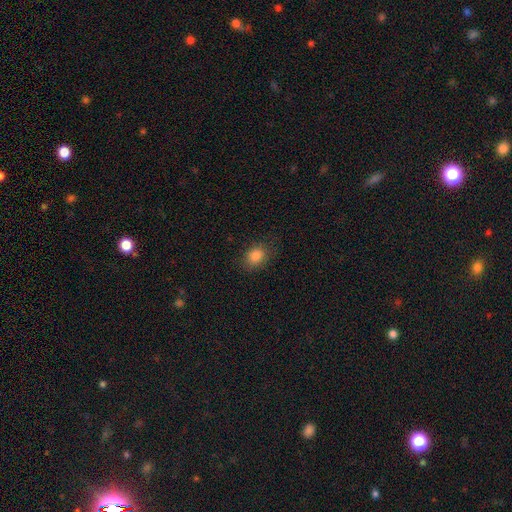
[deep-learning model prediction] Overall: smooth (85%). How rounded: in between (60%; round 38%). Merging: none (82%).